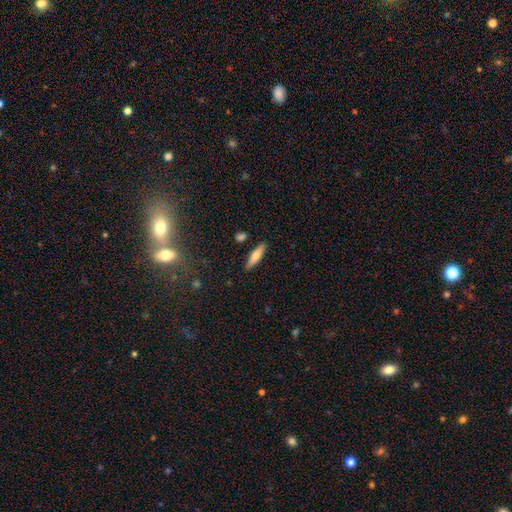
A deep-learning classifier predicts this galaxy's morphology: type=smooth (66%); roundness=cigar-shaped (73%); merging=none (87%).